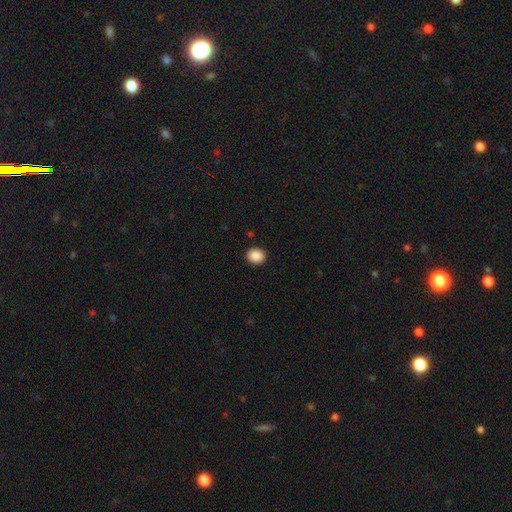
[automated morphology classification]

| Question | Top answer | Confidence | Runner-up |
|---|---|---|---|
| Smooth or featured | smooth | 89% | star or artifact (8%) |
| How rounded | round | 58% | in between (41%) |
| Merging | none | 91% | minor disturbance (6%) |